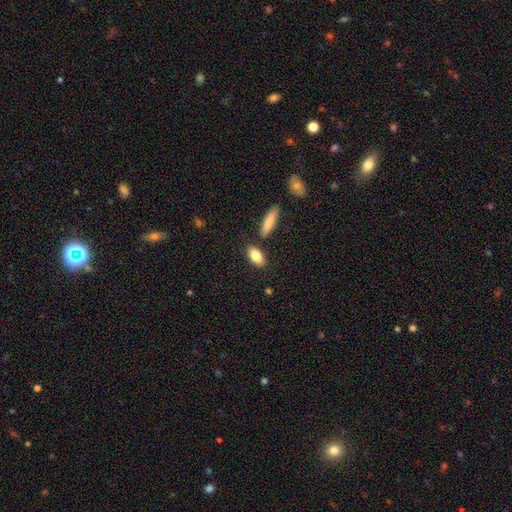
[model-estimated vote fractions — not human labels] smooth 82%, featured or disk 11%, star or artifact 7%. Down the decision tree: how rounded — in between (87%); merging — none (80%).